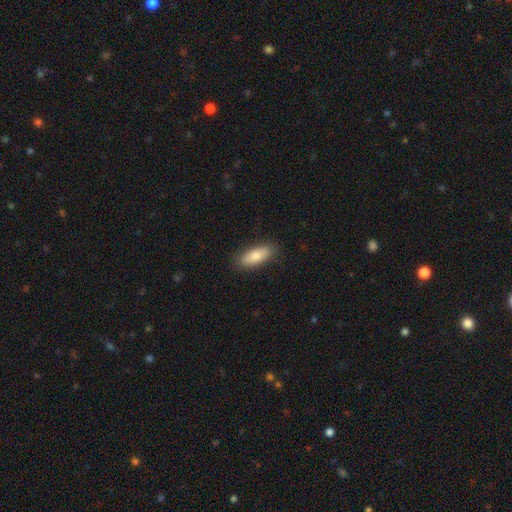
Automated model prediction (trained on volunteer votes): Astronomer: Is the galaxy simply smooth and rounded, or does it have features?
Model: smooth — 75%.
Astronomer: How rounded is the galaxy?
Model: in between — 76%.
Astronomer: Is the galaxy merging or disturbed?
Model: none — 86%.